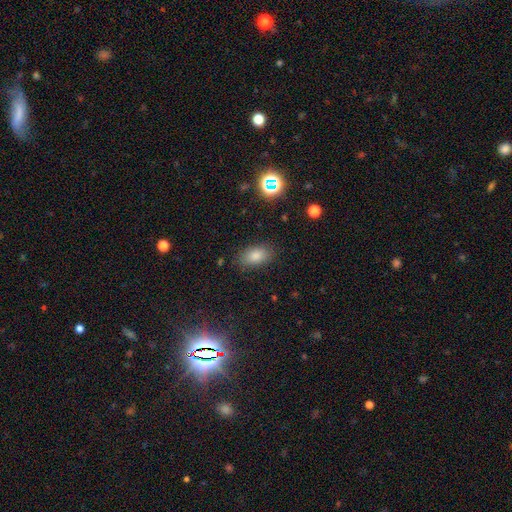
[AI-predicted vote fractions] Smooth or featured? Predicted: smooth (p=0.82). How rounded? Predicted: in between (p=0.90). Merging? Predicted: none (p=0.83).